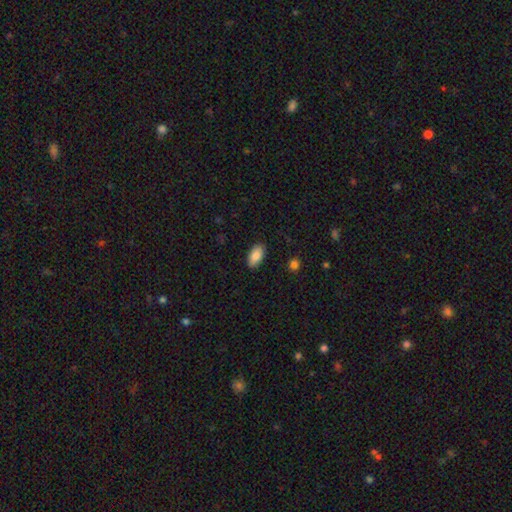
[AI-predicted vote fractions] Smooth or featured? smooth (87%)
How rounded? in between (94%)
Merging? none (88%)